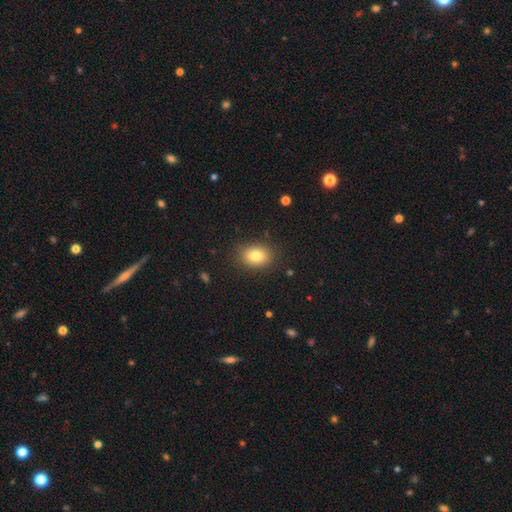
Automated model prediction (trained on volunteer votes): smooth-or-featured: smooth: 81% | star or artifact: 10% | featured or disk: 9%
  how-rounded: in between: 66% | round: 33% | cigar-shaped: 1%
  merging: none: 86% | minor disturbance: 10% | major disturbance: 3% | merger: 1%